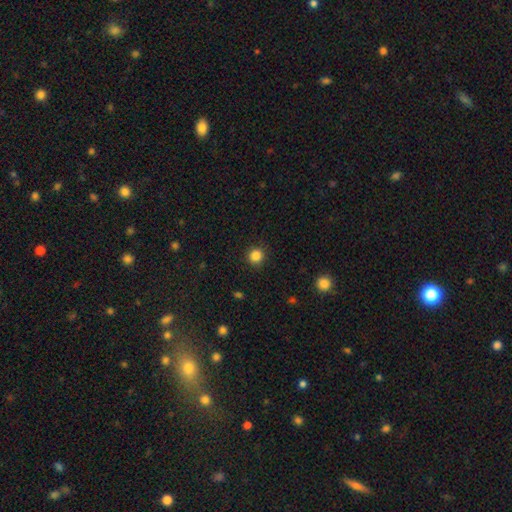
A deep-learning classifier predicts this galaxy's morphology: type=smooth (85%); roundness=round (94%); merging=none (91%).